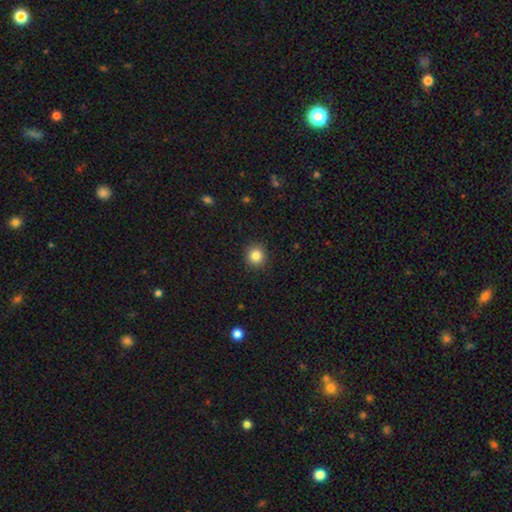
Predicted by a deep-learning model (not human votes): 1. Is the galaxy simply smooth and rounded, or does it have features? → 85% smooth, 11% star or artifact, 5% featured or disk.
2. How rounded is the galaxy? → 92% round, 8% in between, 1% cigar-shaped.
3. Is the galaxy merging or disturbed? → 91% none, 6% minor disturbance, 2% major disturbance, 1% merger.